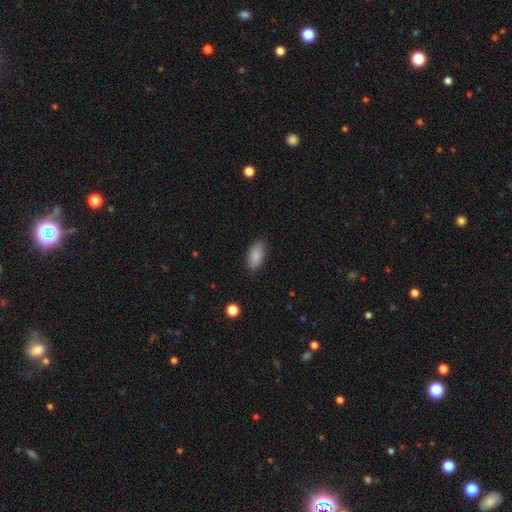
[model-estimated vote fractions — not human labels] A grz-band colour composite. It shows a smooth galaxy with no disk features (86%) that is in between round and cigar-shaped (90%). Merging: none (84%).